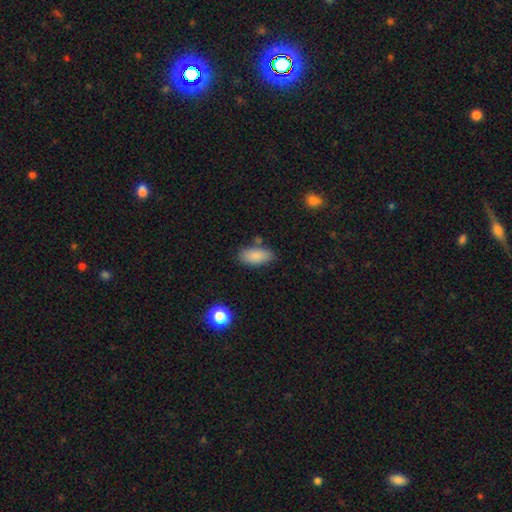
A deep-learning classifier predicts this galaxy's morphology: Smooth or featured? Predicted: smooth (p=0.87). How rounded? Predicted: in between (p=0.89). Merging? Predicted: none (p=0.76).